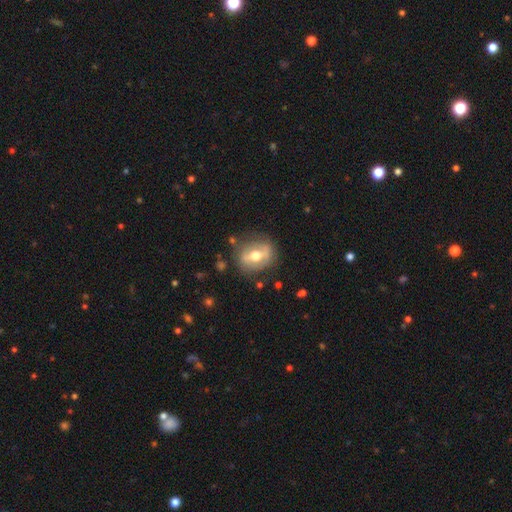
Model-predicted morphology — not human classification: smooth-or-featured: featured or disk: 60% | smooth: 33% | star or artifact: 7%
  disk-edge-on: no: 86% | yes: 14%
    bar: strong: 52% | weak: 29% | no: 19%
    has-spiral-arms: no: 73% | yes: 27%
    bulge-size: moderate: 72% | large: 18% | small: 8% | dominant: 1% | none: 1%
  merging: none: 77% | minor disturbance: 15% | major disturbance: 6% | merger: 2%